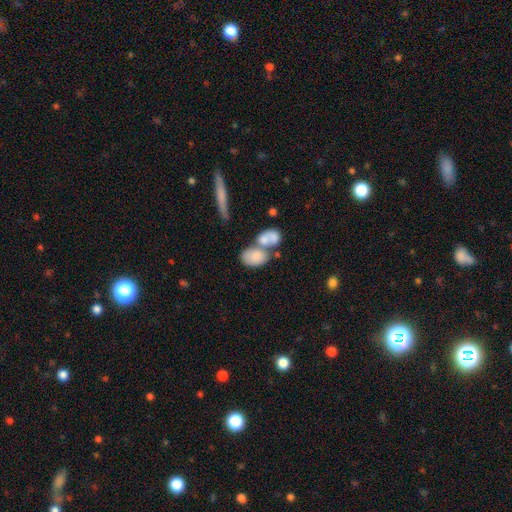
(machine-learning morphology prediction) Smooth or featured? smooth (75%)
How rounded? in between (87%)
Merging? merger (61%)